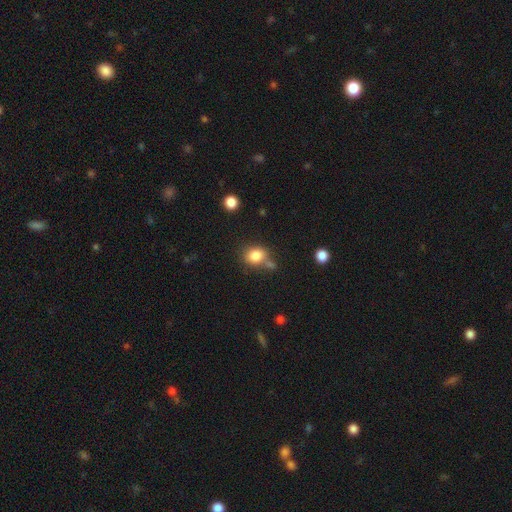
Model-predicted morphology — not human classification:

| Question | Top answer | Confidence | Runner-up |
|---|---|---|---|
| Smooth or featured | smooth | 83% | star or artifact (10%) |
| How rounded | round | 62% | in between (37%) |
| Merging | none | 56% | merger (21%) |